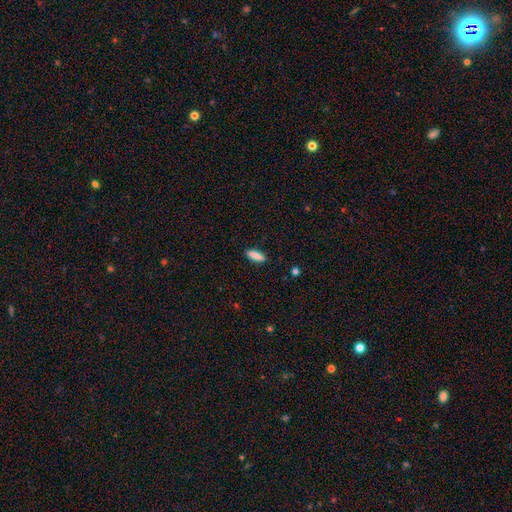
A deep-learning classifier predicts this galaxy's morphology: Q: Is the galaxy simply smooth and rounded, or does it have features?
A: smooth — 86%.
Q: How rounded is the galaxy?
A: in between — 54%.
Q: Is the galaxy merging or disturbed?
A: none — 89%.